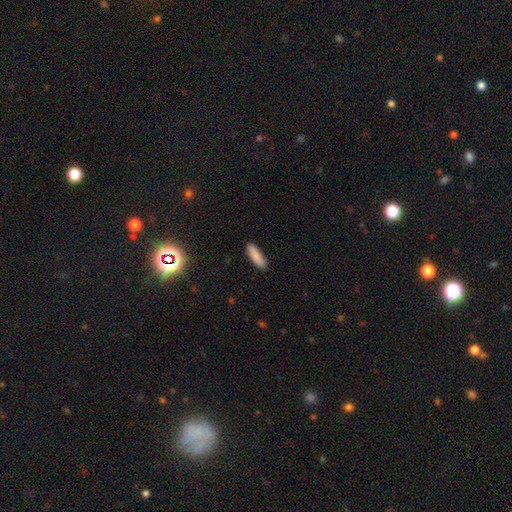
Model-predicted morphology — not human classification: The model was most divided on "how rounded": cigar-shaped: 58%, in between: 40%, round: 2%. More confident: merging — none (88%); smooth or featured — smooth (88%).